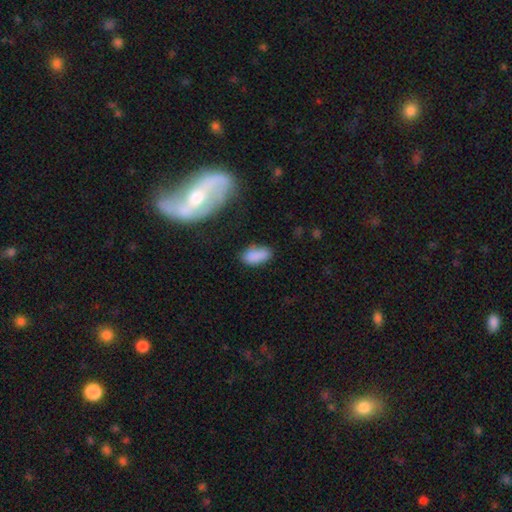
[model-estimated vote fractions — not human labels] Smooth or featured? Predicted: smooth (p=0.86). How rounded? Predicted: in between (p=0.91). Merging? Predicted: none (p=0.75).